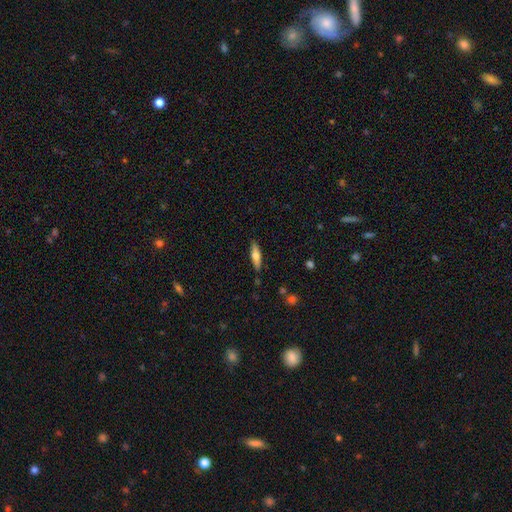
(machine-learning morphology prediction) This is possibly a smooth galaxy (55%). How rounded: likely cigar-shaped (64%). Merging: clearly none (86%).